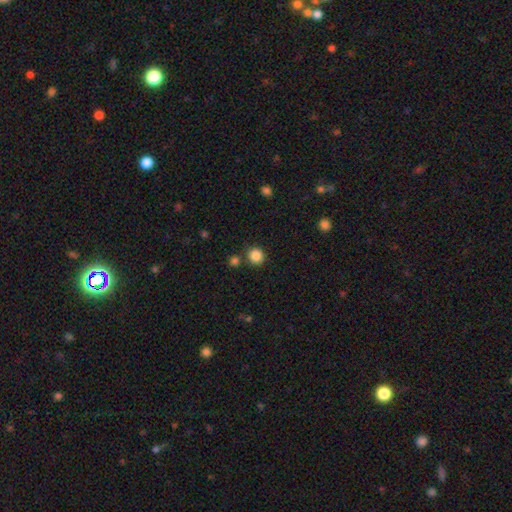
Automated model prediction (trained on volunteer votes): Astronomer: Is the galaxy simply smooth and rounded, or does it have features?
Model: smooth — 86%.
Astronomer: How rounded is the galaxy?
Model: round — 92%.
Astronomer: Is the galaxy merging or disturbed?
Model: none — 83%.